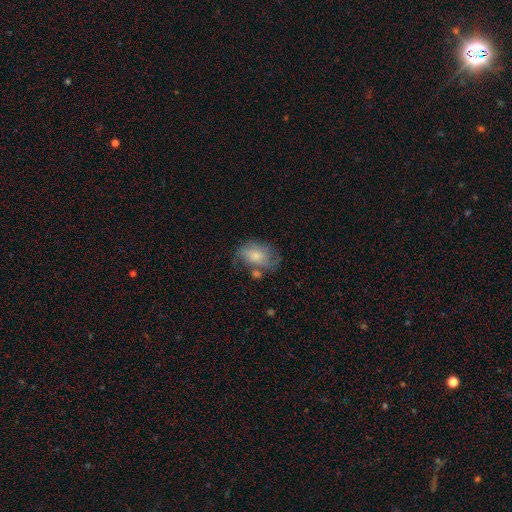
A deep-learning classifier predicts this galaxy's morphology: smooth 60%, featured or disk 32%, star or artifact 8%. Down the decision tree: how rounded — in between (78%); merging — none (44%).